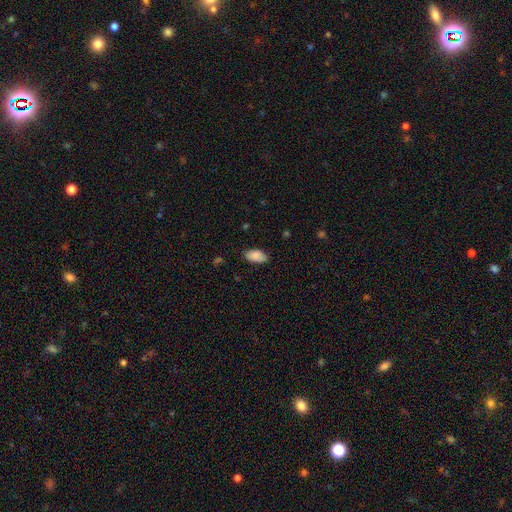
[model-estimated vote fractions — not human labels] Smooth or featured? Predicted: smooth (p=0.88). How rounded? Predicted: in between (p=0.94). Merging? Predicted: none (p=0.81).